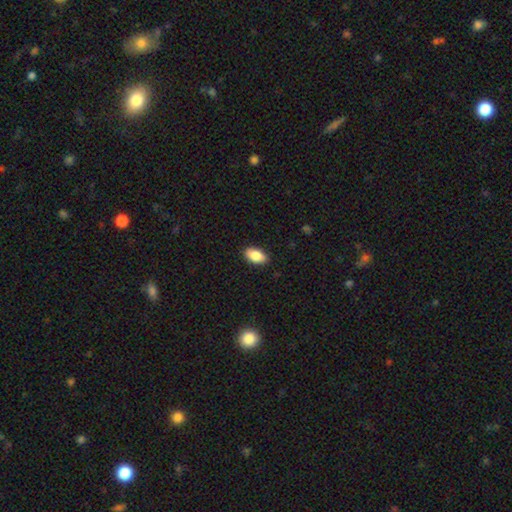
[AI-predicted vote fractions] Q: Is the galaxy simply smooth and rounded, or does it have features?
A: smooth — 86%.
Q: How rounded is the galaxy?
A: in between — 93%.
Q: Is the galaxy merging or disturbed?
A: none — 88%.